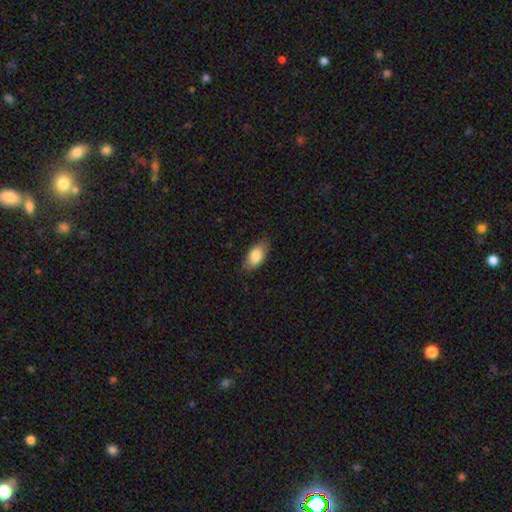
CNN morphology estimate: smooth 84%, featured or disk 10%, star or artifact 6%. Down the decision tree: how rounded — in between (91%); merging — none (81%).